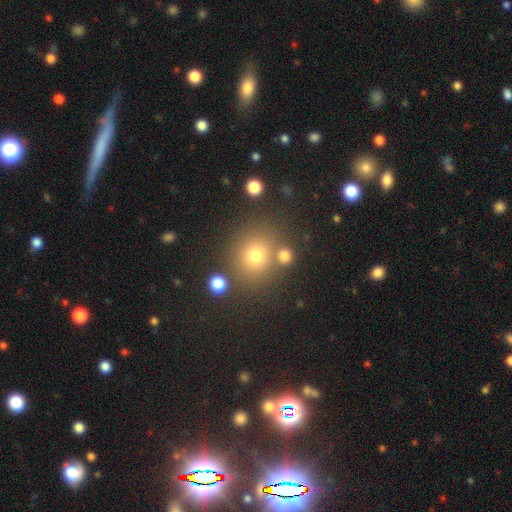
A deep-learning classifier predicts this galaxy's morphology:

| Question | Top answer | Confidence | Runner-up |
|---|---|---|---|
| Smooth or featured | smooth | 71% | star or artifact (19%) |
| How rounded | round | 81% | in between (18%) |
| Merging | none | 75% | merger (12%) |